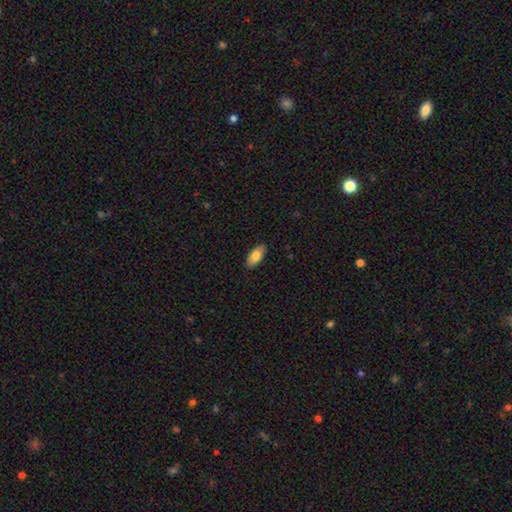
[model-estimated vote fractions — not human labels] Overall: smooth (82%). How rounded: in between (89%). Merging: none (88%).